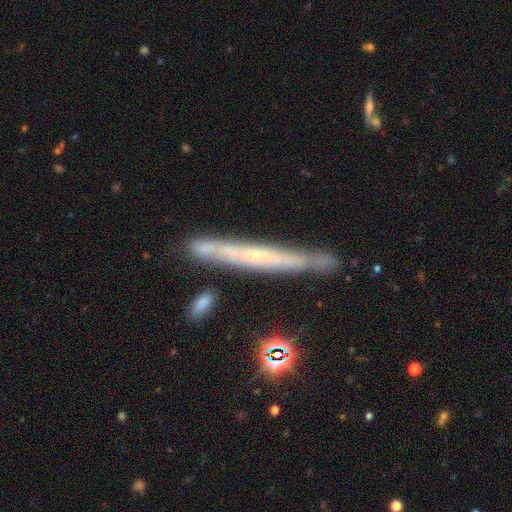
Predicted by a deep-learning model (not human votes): Smooth or featured? Predicted: featured or disk (p=0.68). Edge-on disk? Predicted: yes (p=0.88). Edge-on bulge? Predicted: none (p=0.63). Merging? Predicted: none (p=0.75).